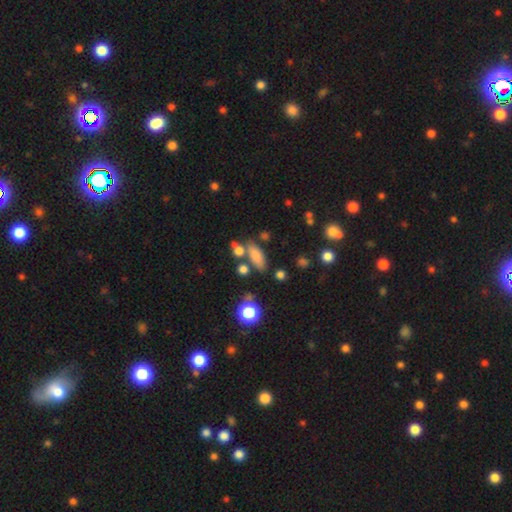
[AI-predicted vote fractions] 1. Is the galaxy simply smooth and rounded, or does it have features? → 77% smooth, 12% featured or disk, 11% star or artifact.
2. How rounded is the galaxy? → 70% in between, 25% cigar-shaped, 5% round.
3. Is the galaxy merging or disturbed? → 67% none, 14% minor disturbance, 14% merger, 5% major disturbance.